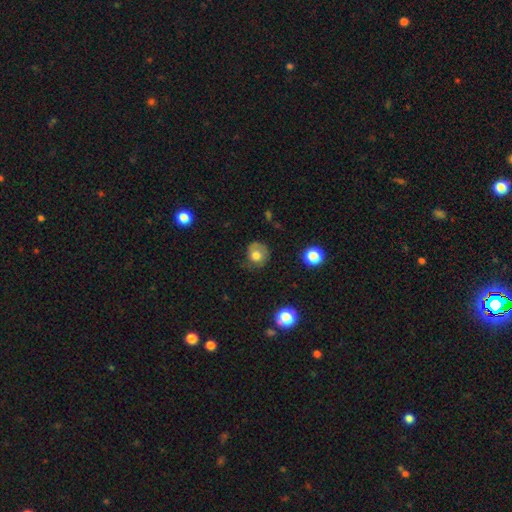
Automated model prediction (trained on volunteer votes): This is likely a smooth galaxy (70%). How rounded: likely round (79%). Merging: likely none (61%).